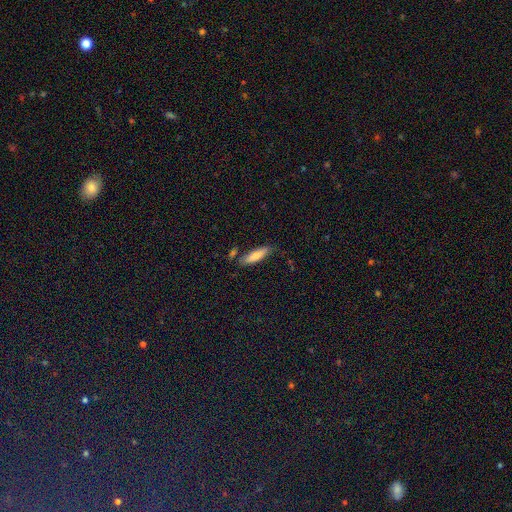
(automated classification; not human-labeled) Smooth or featured? Predicted: smooth (p=0.78). How rounded? Predicted: cigar-shaped (p=0.65). Merging? Predicted: none (p=0.75).